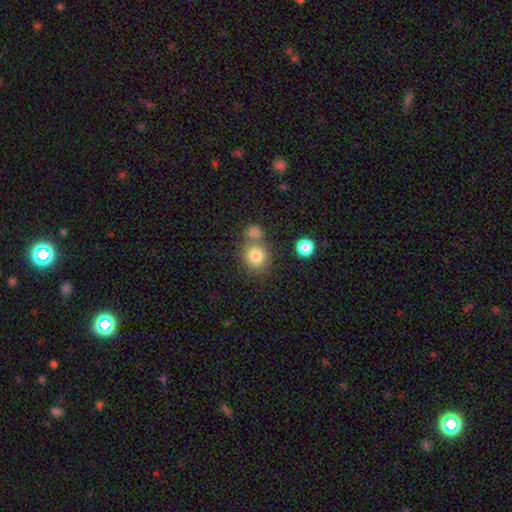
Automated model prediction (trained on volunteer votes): Morphology: type=smooth (82%); roundness=round (82%); merging=none (57%).